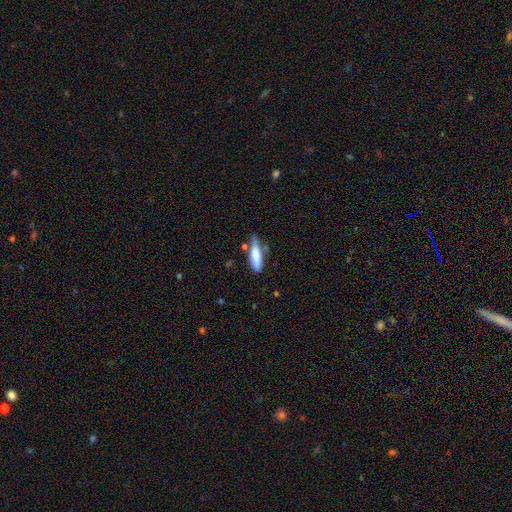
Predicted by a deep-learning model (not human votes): A smooth galaxy with no disk features (76%) that is cigar-shaped (69%). Merging: none (62%).